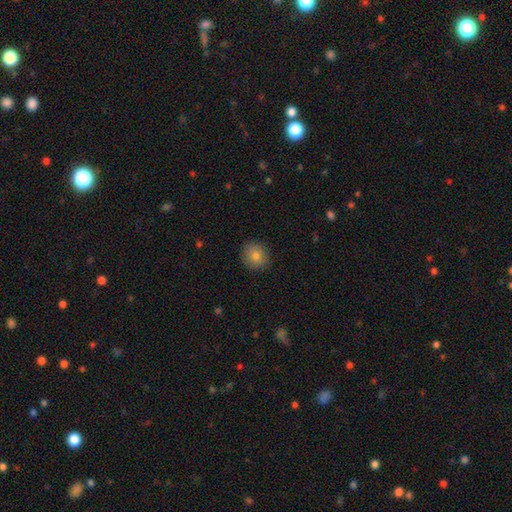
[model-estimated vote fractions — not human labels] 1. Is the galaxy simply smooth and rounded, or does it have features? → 81% smooth, 10% featured or disk, 9% star or artifact.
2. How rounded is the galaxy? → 86% round, 13% in between, 1% cigar-shaped.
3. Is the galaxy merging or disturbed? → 89% none, 8% minor disturbance, 2% major disturbance, 1% merger.